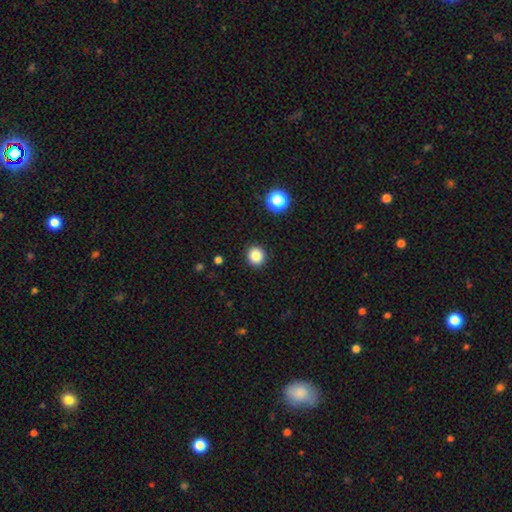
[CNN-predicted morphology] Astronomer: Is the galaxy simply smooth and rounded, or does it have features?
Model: smooth — 85%.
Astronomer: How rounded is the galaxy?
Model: round — 90%.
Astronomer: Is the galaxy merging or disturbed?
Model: none — 92%.